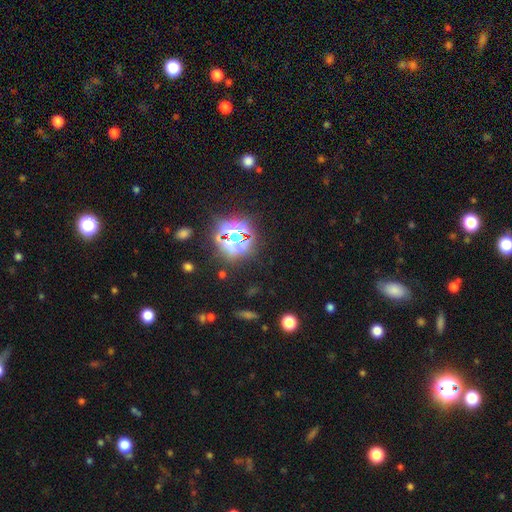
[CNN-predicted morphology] A star or artifact, not a galaxy (76%).